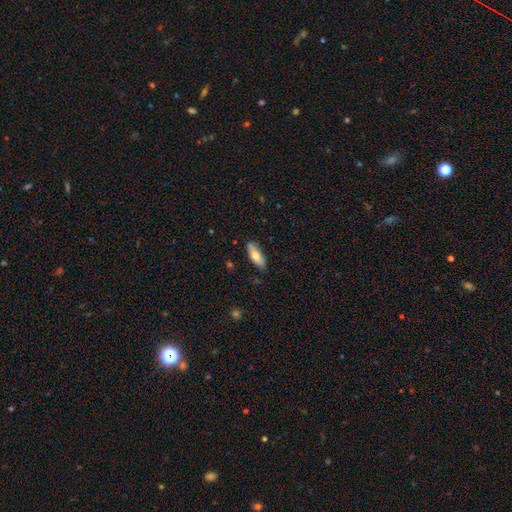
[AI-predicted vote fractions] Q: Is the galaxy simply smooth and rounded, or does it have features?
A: smooth — 69%.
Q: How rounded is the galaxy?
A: in between — 67%.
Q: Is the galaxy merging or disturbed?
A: none — 84%.